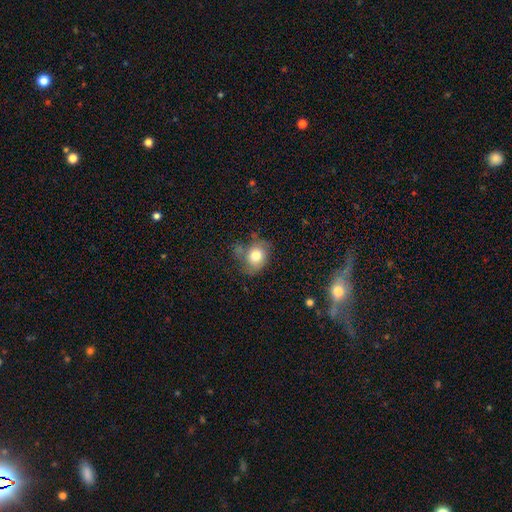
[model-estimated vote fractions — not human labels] This appears to be a smooth galaxy with no disk features (72%) that is round (51%). Merging: none (55%).